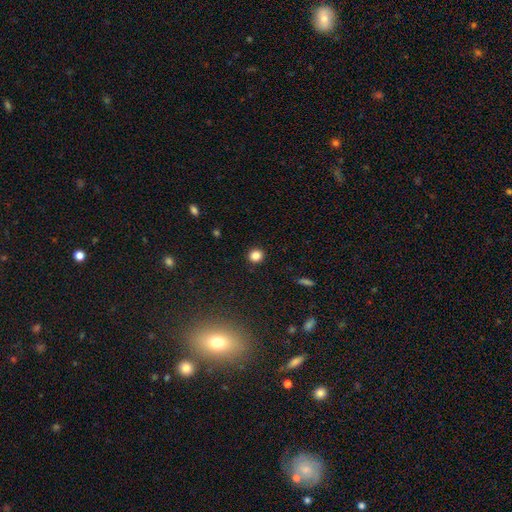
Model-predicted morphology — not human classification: Q: Smooth or featured?
A: smooth (84%); runner-up: star or artifact (12%)
Q: How rounded?
A: round (87%); runner-up: in between (12%)
Q: Merging?
A: none (92%); runner-up: minor disturbance (5%)